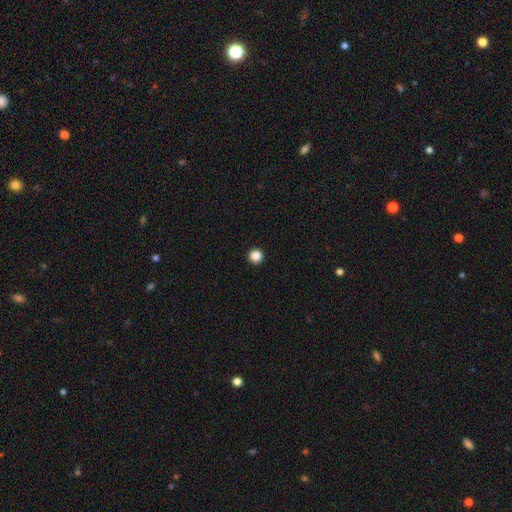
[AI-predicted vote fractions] A smooth galaxy with no disk features (87%) that is round (96%).

Vote fractions:
- Smooth or featured? smooth: 87% / star or artifact: 11% / featured or disk: 2%
- How rounded? round: 96% / in between: 3% / cigar-shaped: 1%
- Merging? none: 94% / minor disturbance: 3% / major disturbance: 1% / merger: 1%